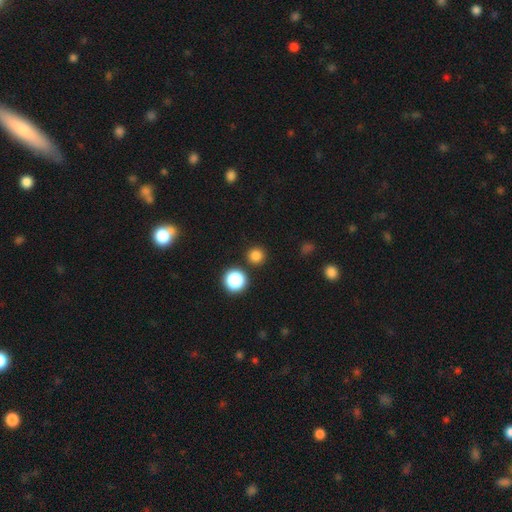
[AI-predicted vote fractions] Smooth or featured: smooth — 81% (star or artifact — 16%)
How rounded: round — 95% (in between — 4%)
Merging: none — 89% (minor disturbance — 5%)